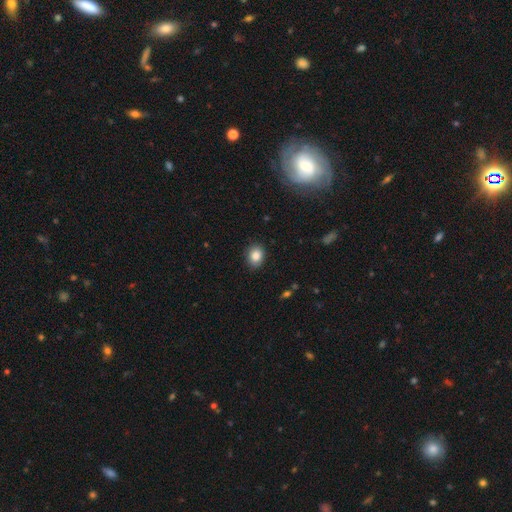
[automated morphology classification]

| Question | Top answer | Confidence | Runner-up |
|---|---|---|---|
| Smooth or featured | smooth | 85% | star or artifact (9%) |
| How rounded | in between | 54% | round (45%) |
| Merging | none | 88% | minor disturbance (9%) |